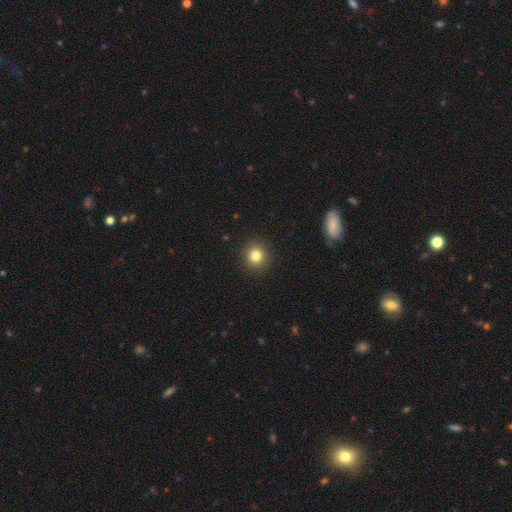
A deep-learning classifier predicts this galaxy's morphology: Smooth or featured? smooth (81%)
How rounded? round (88%)
Merging? none (92%)